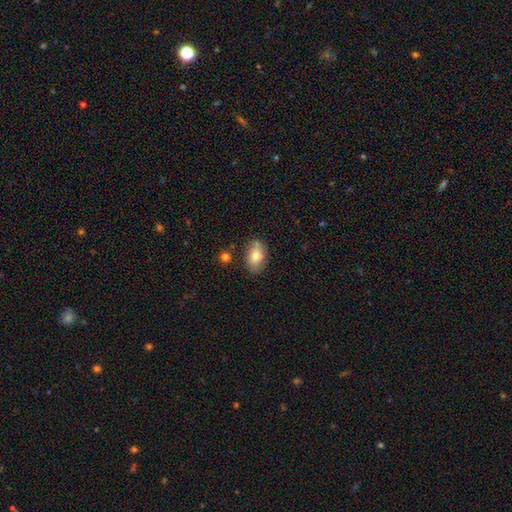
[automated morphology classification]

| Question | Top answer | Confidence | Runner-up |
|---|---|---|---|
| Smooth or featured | smooth | 76% | featured or disk (16%) |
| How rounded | in between | 87% | round (11%) |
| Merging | none | 74% | minor disturbance (17%) |